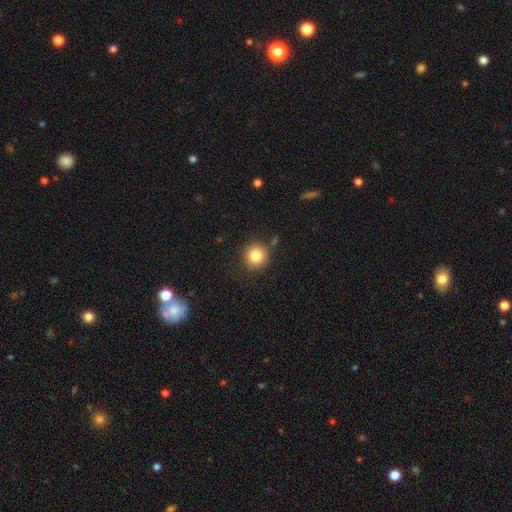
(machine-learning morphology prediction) A smooth galaxy with no disk features (83%) that is round (92%).

Vote fractions:
- Smooth or featured? smooth: 83% / star or artifact: 11% / featured or disk: 6%
- How rounded? round: 92% / in between: 7% / cigar-shaped: 1%
- Merging? none: 83% / minor disturbance: 10% / merger: 4% / major disturbance: 3%